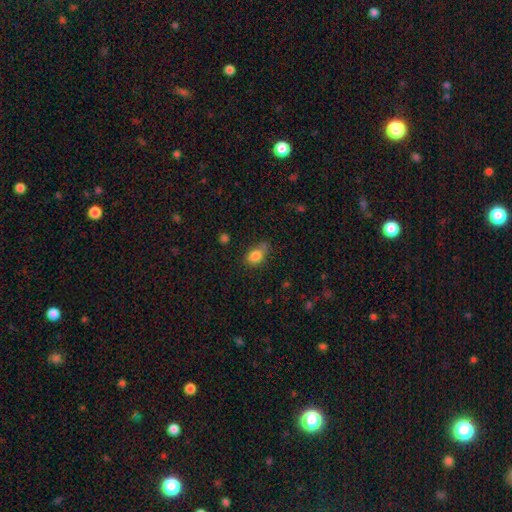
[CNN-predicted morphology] A smooth galaxy with no disk features (83%) that is in between round and cigar-shaped (70%). Merging: none (57%).